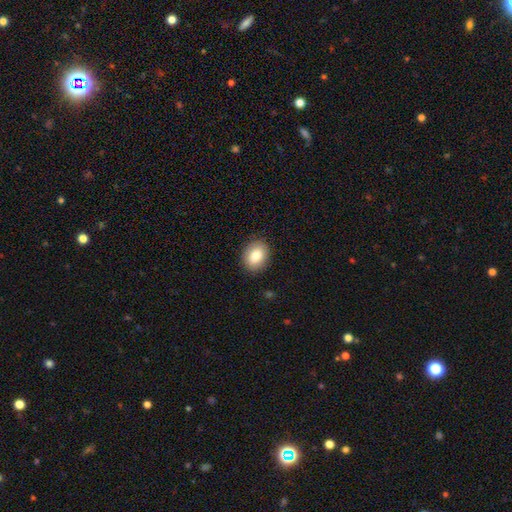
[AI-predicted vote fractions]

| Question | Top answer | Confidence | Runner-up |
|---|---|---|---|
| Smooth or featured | smooth | 84% | featured or disk (8%) |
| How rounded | in between | 61% | round (38%) |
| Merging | none | 88% | minor disturbance (8%) |